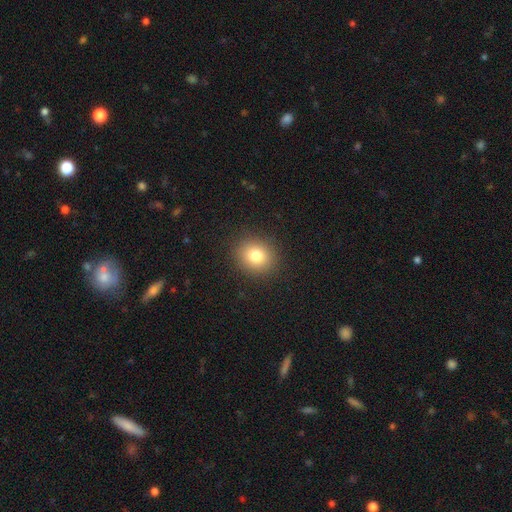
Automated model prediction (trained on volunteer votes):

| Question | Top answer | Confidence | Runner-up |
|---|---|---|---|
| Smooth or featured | smooth | 80% | star or artifact (12%) |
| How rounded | round | 77% | in between (23%) |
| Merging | none | 90% | minor disturbance (6%) |